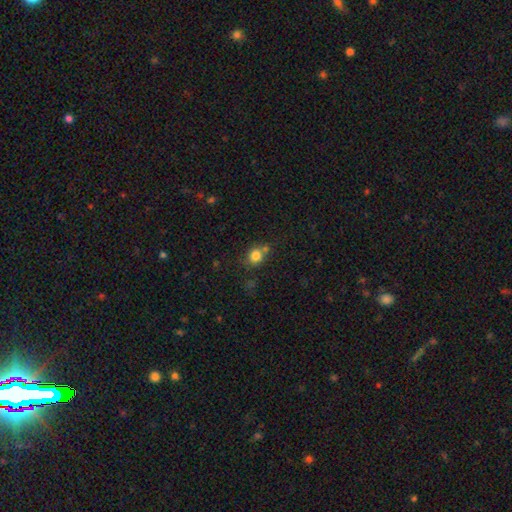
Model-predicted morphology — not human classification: Smooth or featured? smooth (81%)
How rounded? round (77%)
Merging? none (58%)